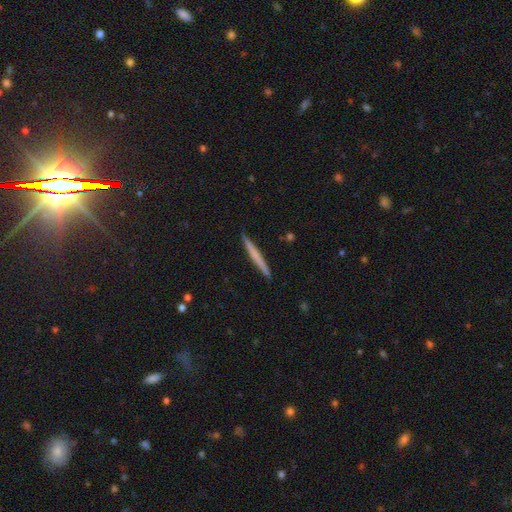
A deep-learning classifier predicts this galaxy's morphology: smooth-or-featured: smooth: 58% | featured or disk: 37% | star or artifact: 5%
  how-rounded: cigar-shaped: 97% | in between: 2% | round: 1%
  merging: none: 92% | minor disturbance: 5% | major disturbance: 1% | merger: 1%